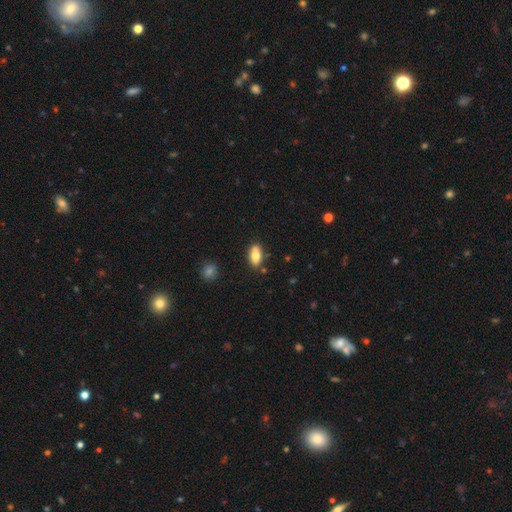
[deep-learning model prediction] Smooth or featured? Predicted: smooth (p=0.78). How rounded? Predicted: in between (p=0.89). Merging? Predicted: none (p=0.79).